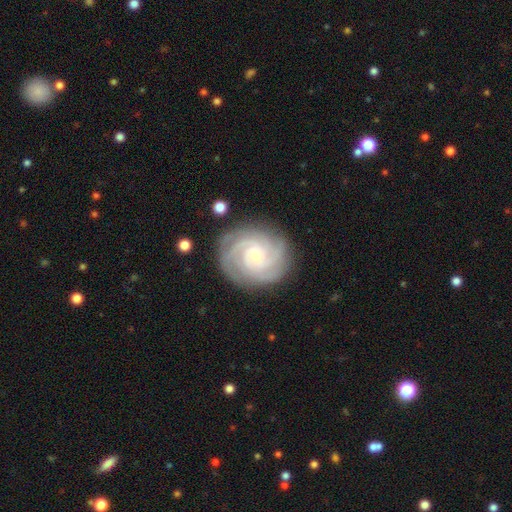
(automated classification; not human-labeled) This is clearly a featured or disk galaxy (88%). It is clearly not viewed edge-on (98%). Bar: likely no (72%). Spiral arm pattern: clearly yes (98%). Spiral arm count: marginally 4 (29%, tied with 3). Spiral winding: likely tight (76%). Central bulge: likely small (76%). Merging: clearly none (84%).